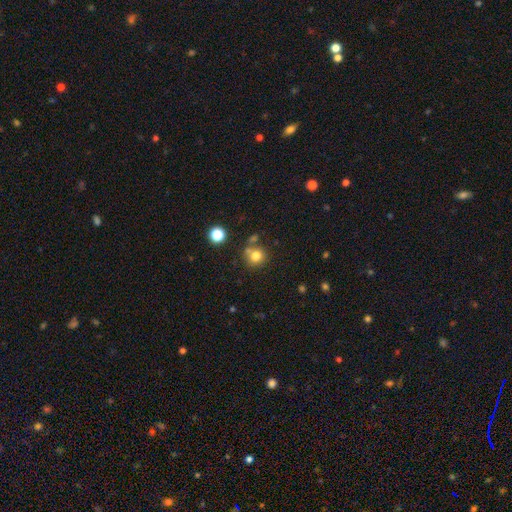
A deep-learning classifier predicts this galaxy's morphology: A smooth galaxy with no disk features (78%) that is round (86%). Merging: none (64%).